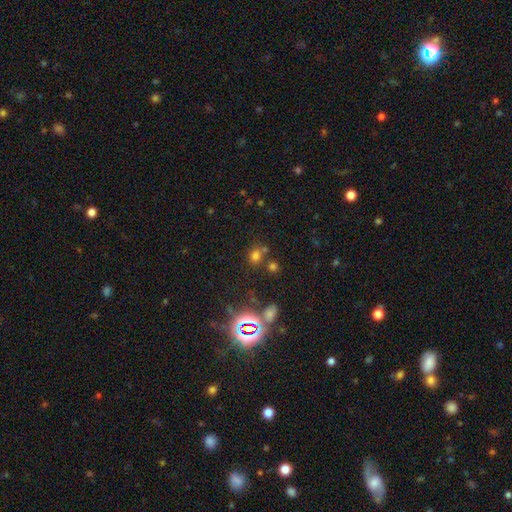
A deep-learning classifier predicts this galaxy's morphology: Smooth or featured: smooth — 61% (star or artifact — 30%)
How rounded: round — 70% (in between — 29%)
Merging: none — 62% (merger — 22%)